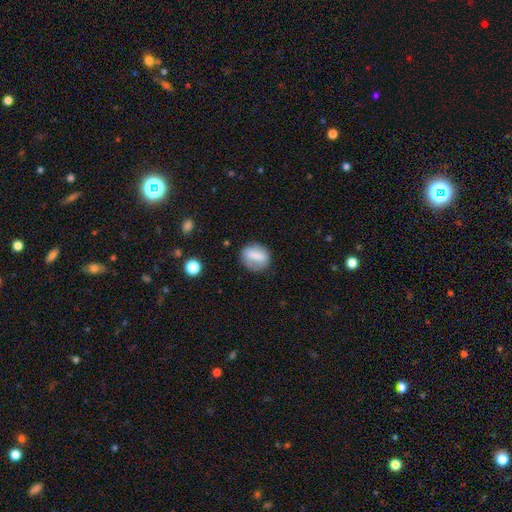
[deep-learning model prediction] Smooth or featured: smooth — 73% (featured or disk — 19%)
How rounded: round — 48% (tied with in between — 48%)
Merging: none — 76% (minor disturbance — 16%)